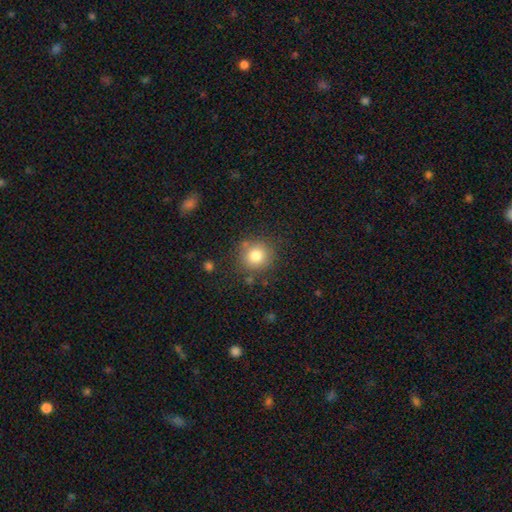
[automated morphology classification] smooth 80%, star or artifact 11%, featured or disk 9%. Down the decision tree: how rounded — round (90%); merging — none (82%).